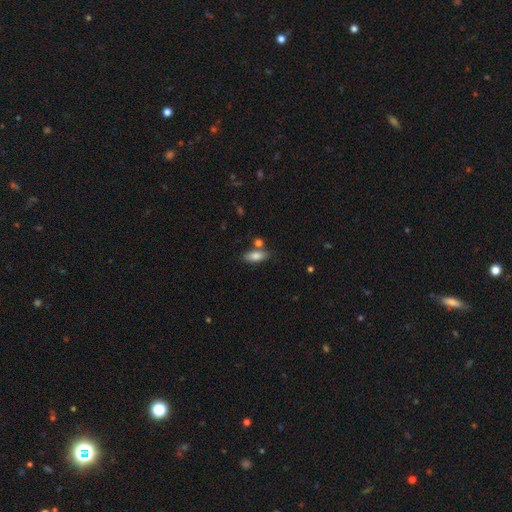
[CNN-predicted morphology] smooth_or_featured: smooth (p=0.81) [alt: featured or disk p=0.11]
how_rounded: in between (p=0.78) [alt: cigar-shaped p=0.19]
merging: none (p=0.70) [alt: merger p=0.13]